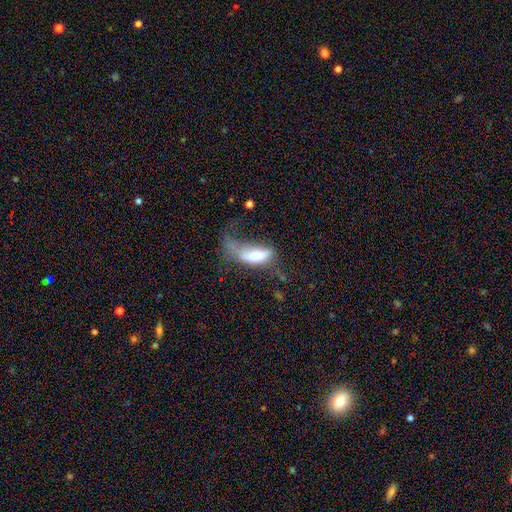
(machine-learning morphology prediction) Smooth or featured? smooth (58%)
How rounded? in between (66%)
Merging? major disturbance (54%)